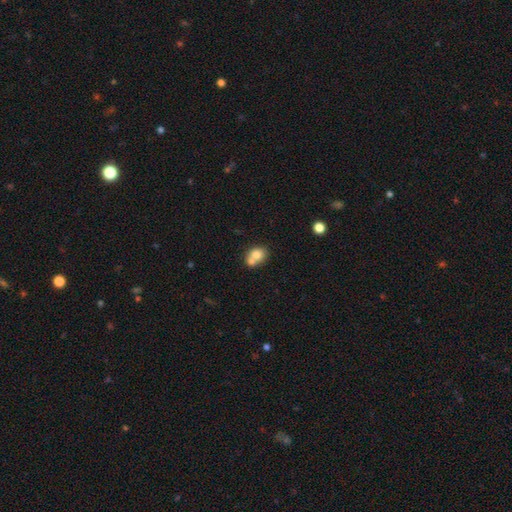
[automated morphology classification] A smooth galaxy with no disk features (77%) that is round (63%). Merging: merger (51%).